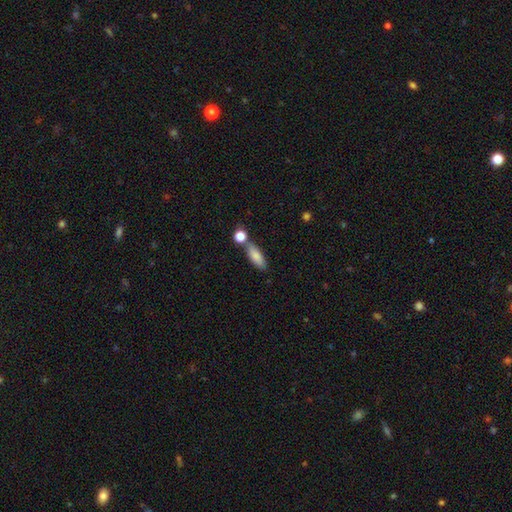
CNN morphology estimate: Smooth or featured? smooth (81%)
How rounded? in between (67%)
Merging? none (61%)